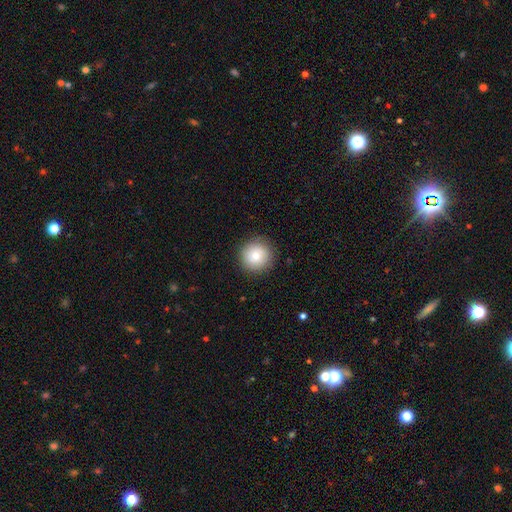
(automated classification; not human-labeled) This appears to be a smooth galaxy with no disk features (81%) that is round (95%). Merging: none (89%).